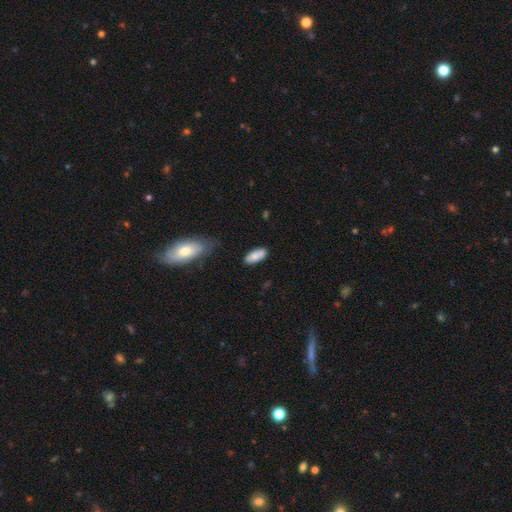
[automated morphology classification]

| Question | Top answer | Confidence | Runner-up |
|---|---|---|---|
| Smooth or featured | smooth | 77% | featured or disk (16%) |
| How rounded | in between | 86% | cigar-shaped (12%) |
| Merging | none | 73% | minor disturbance (18%) |